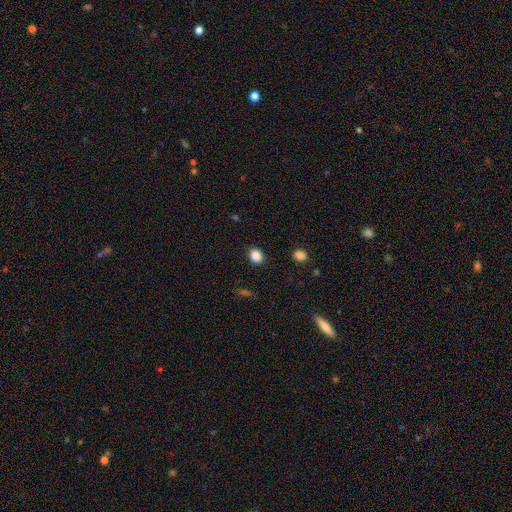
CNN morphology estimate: Smooth or featured?
  - smooth: 87% *
  - star or artifact: 10%
  - featured or disk: 3%
How rounded?
  - round: 54% *
  - in between: 45%
  - cigar-shaped: 1%
Merging?
  - none: 88% *
  - minor disturbance: 8%
  - major disturbance: 3%
  - merger: 1%